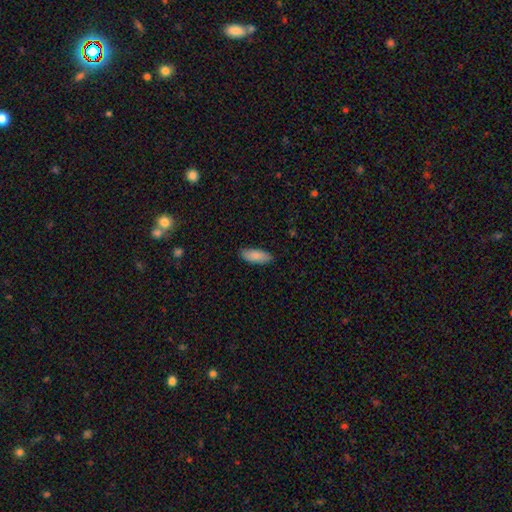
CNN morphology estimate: Smooth or featured?
  - smooth: 88% *
  - featured or disk: 7%
  - star or artifact: 6%
How rounded?
  - in between: 78% *
  - cigar-shaped: 20%
  - round: 2%
Merging?
  - none: 86% *
  - minor disturbance: 11%
  - major disturbance: 2%
  - merger: 1%